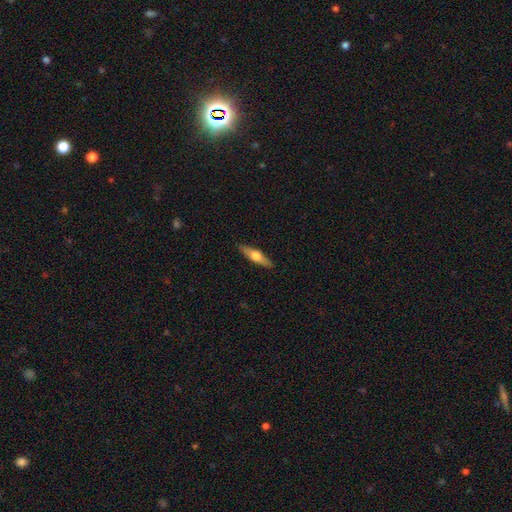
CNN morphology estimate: Smooth or featured: featured or disk — 50% (smooth — 44%)
Edge-on disk: yes — 92% (no — 8%)
Merging: none — 90% (minor disturbance — 8%)